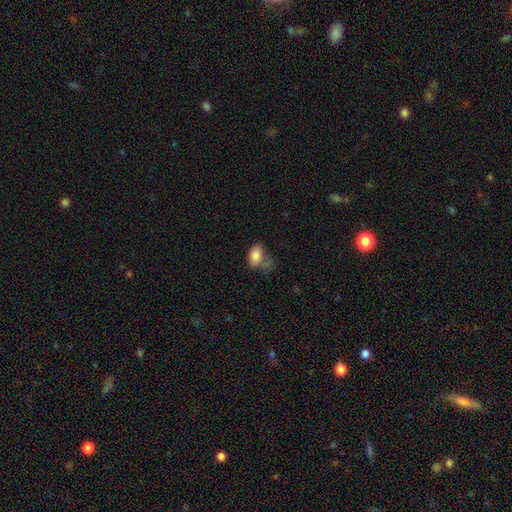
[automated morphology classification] Smooth or featured? Predicted: smooth (p=0.83). How rounded? Predicted: in between (p=0.88). Merging? Predicted: none (p=0.38).